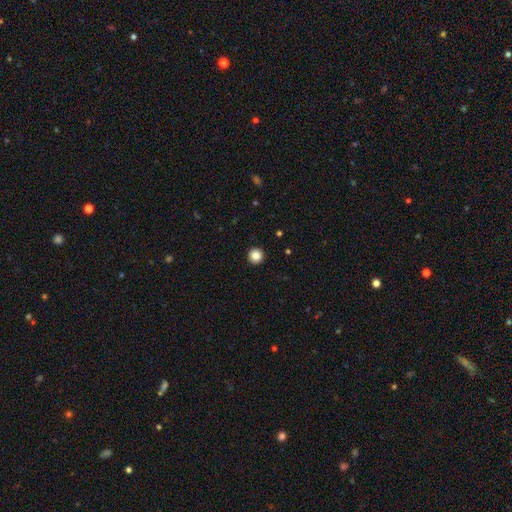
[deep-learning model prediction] Smooth or featured: smooth — 85% (star or artifact — 10%)
How rounded: round — 96% (in between — 3%)
Merging: none — 94% (minor disturbance — 4%)